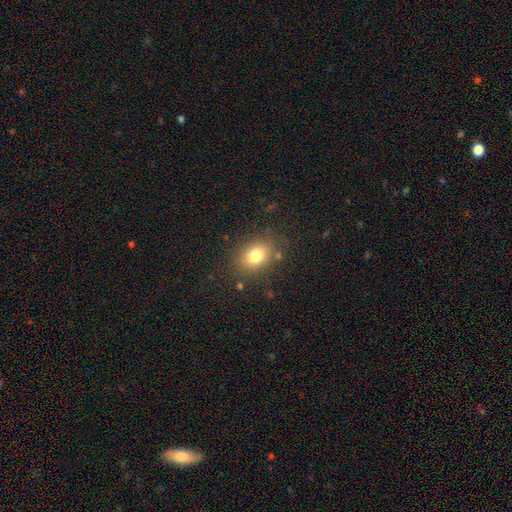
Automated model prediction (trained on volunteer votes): A smooth galaxy with no disk features (78%) that is in between round and cigar-shaped (66%).

Vote fractions:
- Smooth or featured? smooth: 78% / star or artifact: 11% / featured or disk: 11%
- How rounded? in between: 66% / round: 33% / cigar-shaped: 1%
- Merging? none: 81% / minor disturbance: 12% / major disturbance: 5% / merger: 2%